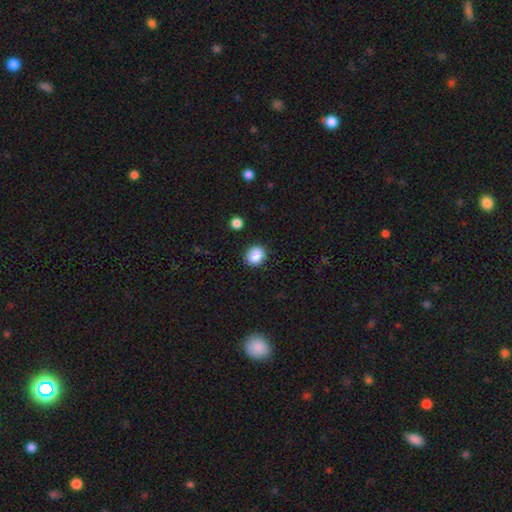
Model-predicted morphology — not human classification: Overall: smooth (87%). How rounded: round (62%; in between 37%). Merging: none (84%).